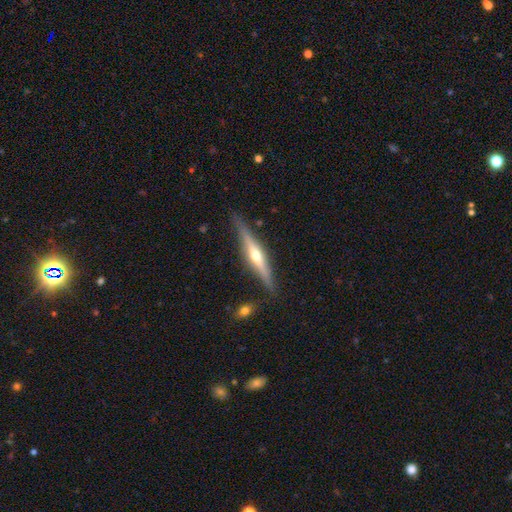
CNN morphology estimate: type=featured or disk (71%); edge-on=yes (97%); edge-on bulge=rounded (86%); merging=none (84%).